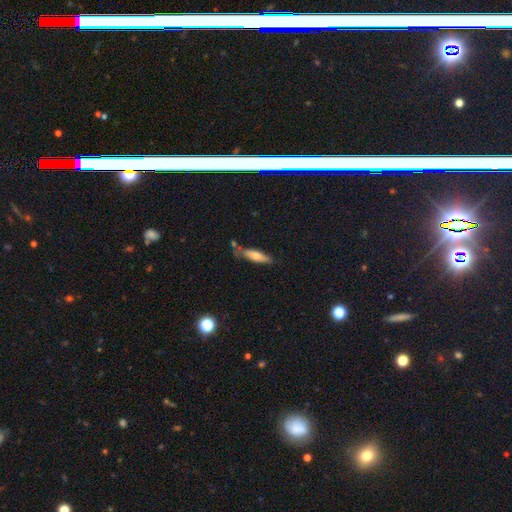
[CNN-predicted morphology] This is likely a smooth galaxy (63%). How rounded: likely cigar-shaped (66%). Merging: likely none (62%).